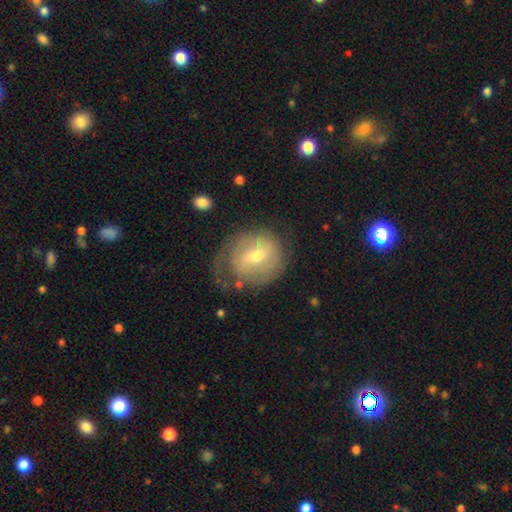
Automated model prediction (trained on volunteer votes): A featured or disk galaxy (65%) with a weak bar (56%), spiral arms (77%) and a moderate central bulge (54%).

Vote fractions:
- Smooth or featured? featured or disk: 65% / smooth: 28% / star or artifact: 7%
- Edge-on disk? no: 96% / yes: 4%
- Bar? weak: 56% / no: 23% / strong: 22%
- Spiral arms? yes: 77% / no: 23%
- Bulge size? moderate: 54% / small: 42% / large: 2% / none: 1% / dominant: 1%
- Merging? none: 55% / minor disturbance: 25% / major disturbance: 18% / merger: 3%